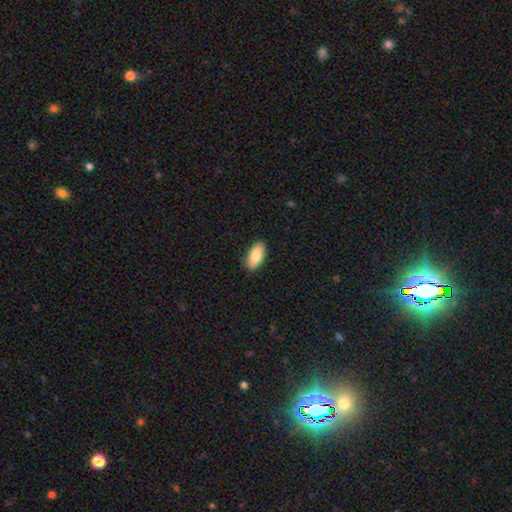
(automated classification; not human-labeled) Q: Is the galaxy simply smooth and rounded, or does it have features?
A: smooth — 85%.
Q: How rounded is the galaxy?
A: in between — 92%.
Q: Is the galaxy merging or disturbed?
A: none — 88%.